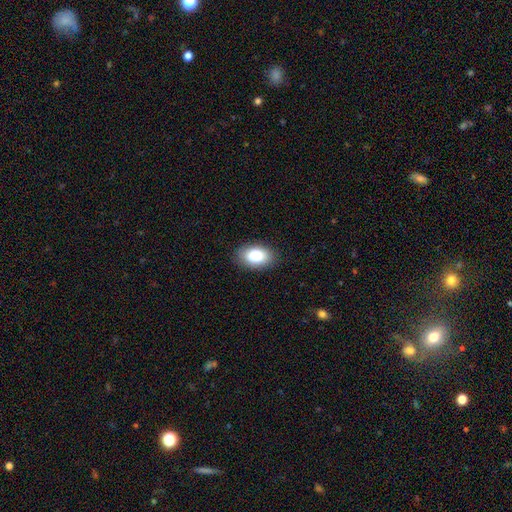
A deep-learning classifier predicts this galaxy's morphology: smooth_or_featured: smooth (p=0.86) [alt: star or artifact p=0.07]
how_rounded: in between (p=0.92) [alt: round p=0.06]
merging: none (p=0.86) [alt: minor disturbance p=0.10]